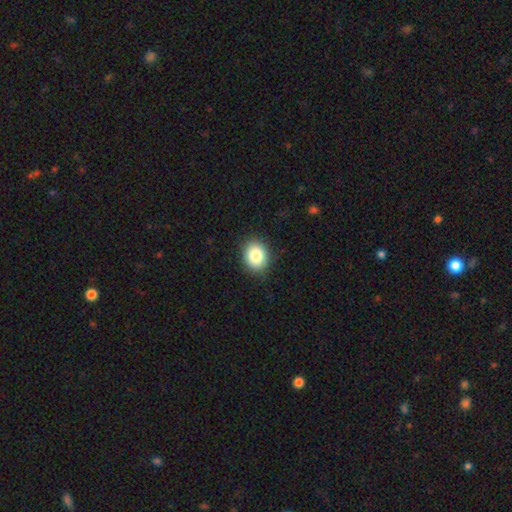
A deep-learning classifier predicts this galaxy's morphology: Smooth or featured: smooth — 86% (star or artifact — 8%)
How rounded: in between — 50% (round — 49%)
Merging: none — 89% (minor disturbance — 8%)